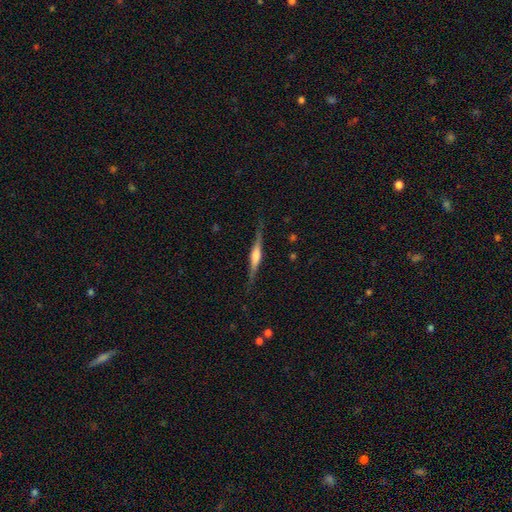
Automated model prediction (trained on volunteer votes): A featured or disk galaxy (69%) viewed edge-on (97%) with a rounded central bulge (69%).

Vote fractions:
- Smooth or featured? featured or disk: 69% / smooth: 25% / star or artifact: 6%
- Edge-on disk? yes: 97% / no: 3%
- Edge-on bulge? rounded: 69% / boxy: 22% / none: 9%
- Merging? none: 83% / minor disturbance: 12% / major disturbance: 3% / merger: 1%